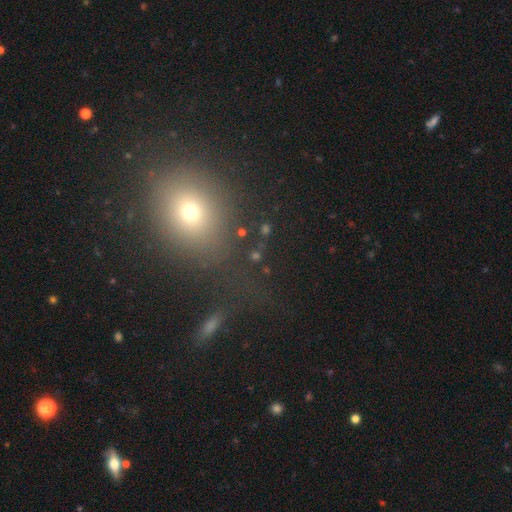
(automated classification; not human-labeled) This appears to be a smooth galaxy with no disk features (56%) that is round (58%). Merging: none (68%).